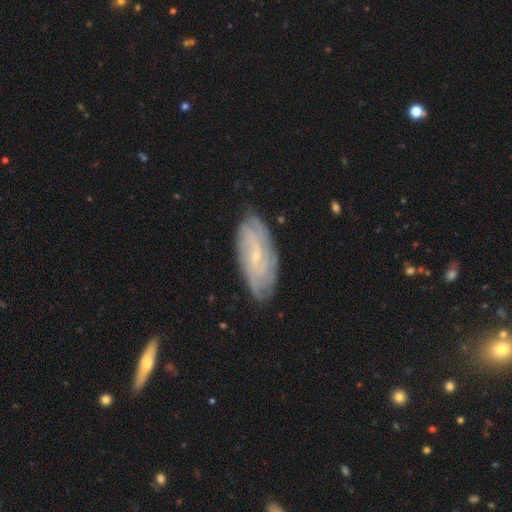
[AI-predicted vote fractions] A featured or disk galaxy (78%) with no bar (59%), tight (70%) spiral arms (94%) and a small central bulge (80%).

Vote fractions:
- Smooth or featured? featured or disk: 78% / smooth: 15% / star or artifact: 7%
- Edge-on disk? no: 92% / yes: 8%
- Bar? no: 59% / weak: 33% / strong: 8%
- Spiral arms? yes: 94% / no: 6%
- Spiral winding? tight: 70% / medium: 23% / loose: 6%
- Spiral arm count? can't tell: 44% / 4: 18% / 2: 12% / 3: 12% / more than 4: 8% / 1: 6%
- Bulge size? small: 80% / moderate: 14% / none: 4% / large: 1% / dominant: 1%
- Merging? none: 81% / minor disturbance: 15% / major disturbance: 3% / merger: 1%